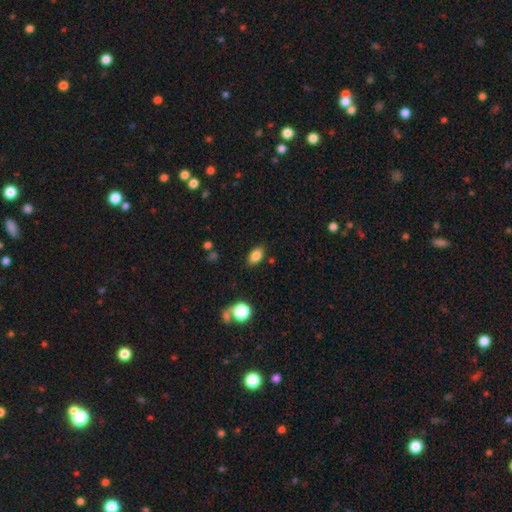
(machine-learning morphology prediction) This appears to be a smooth galaxy with no disk features (84%) that is in between round and cigar-shaped (88%). Merging: none (84%).